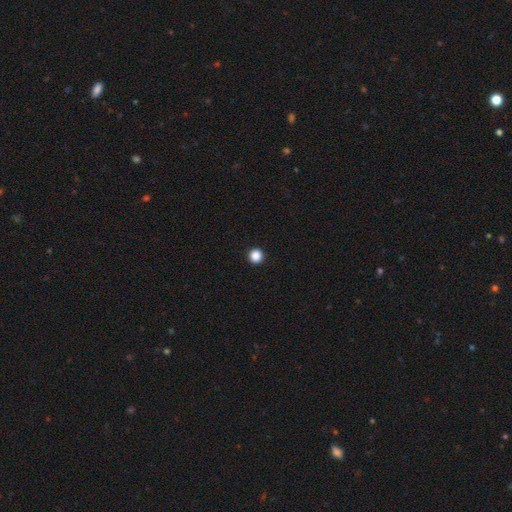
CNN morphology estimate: Smooth or featured? smooth (87%)
How rounded? round (96%)
Merging? none (94%)